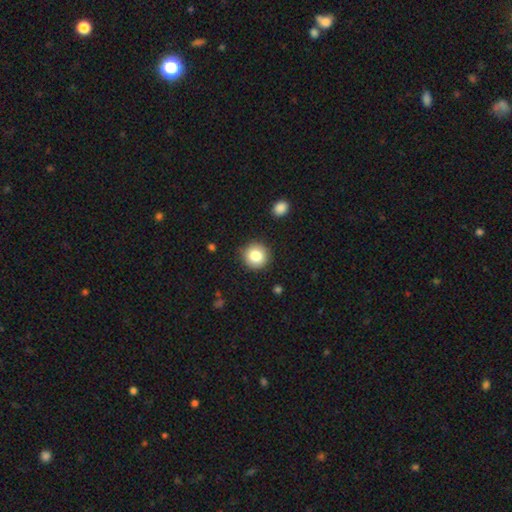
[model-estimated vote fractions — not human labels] This appears to be a smooth galaxy with no disk features (82%) that is round (94%). Merging: none (90%).